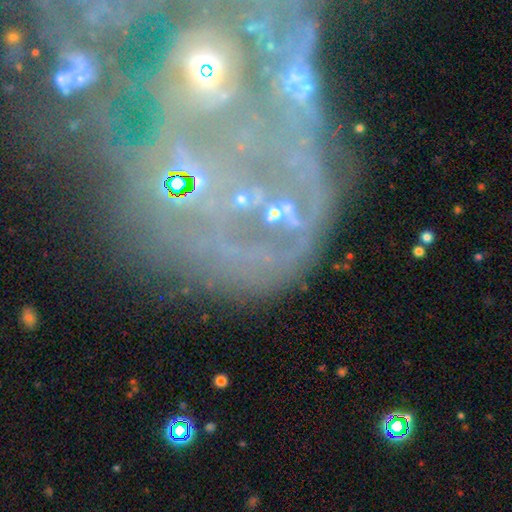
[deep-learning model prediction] Q: Smooth or featured?
A: featured or disk (54%); runner-up: star or artifact (29%)
Q: Edge-on disk?
A: no (94%); runner-up: yes (6%)
Q: Bar?
A: no (73%); runner-up: weak (15%)
Q: Spiral arms?
A: no (61%); runner-up: yes (39%)
Q: Bulge size?
A: none (40%); runner-up: small (28%)
Q: Merging?
A: none (38%); runner-up: merger (25%)